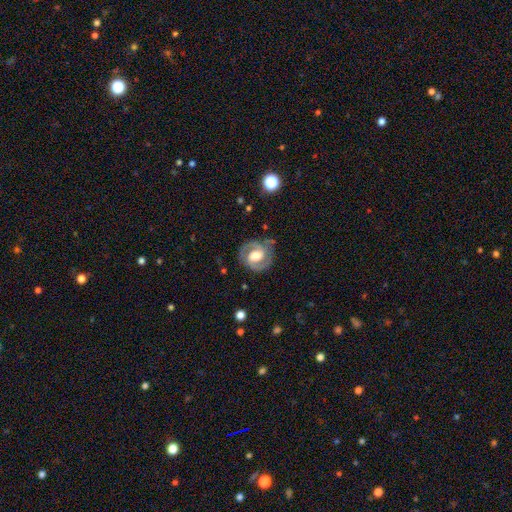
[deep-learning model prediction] Q: Smooth or featured?
A: featured or disk (80%); runner-up: smooth (15%)
Q: Edge-on disk?
A: no (97%); runner-up: yes (3%)
Q: Bar?
A: weak (43%); runner-up: no (38%)
Q: Spiral arms?
A: yes (90%); runner-up: no (10%)
Q: Spiral winding?
A: medium (47%); runner-up: tight (42%)
Q: Spiral arm count?
A: 2 (89%); runner-up: can't tell (5%)
Q: Bulge size?
A: moderate (59%); runner-up: large (28%)
Q: Merging?
A: none (80%); runner-up: minor disturbance (14%)